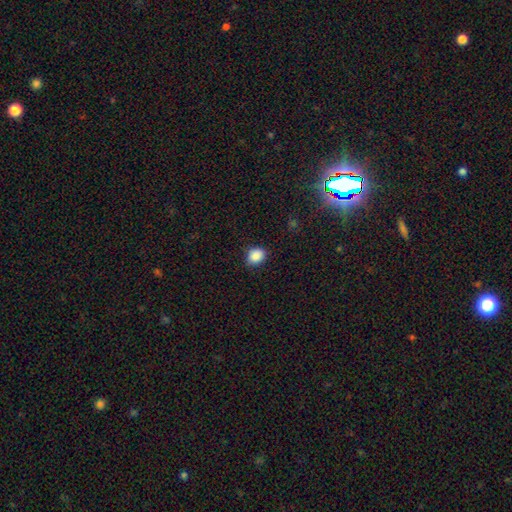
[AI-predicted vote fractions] smooth-or-featured: smooth: 88% | star or artifact: 9% | featured or disk: 3%
  how-rounded: in between: 51% | round: 48% | cigar-shaped: 1%
  merging: none: 83% | minor disturbance: 14% | major disturbance: 3% | merger: 1%